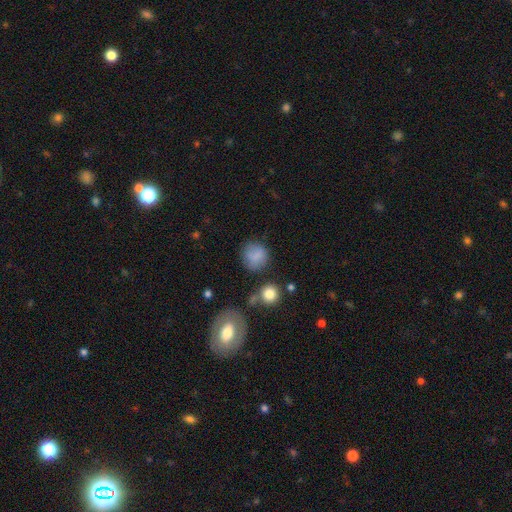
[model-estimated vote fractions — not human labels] smooth-or-featured: smooth: 81% | star or artifact: 10% | featured or disk: 9%
  how-rounded: round: 84% | in between: 15% | cigar-shaped: 1%
  merging: none: 75% | minor disturbance: 15% | major disturbance: 6% | merger: 4%